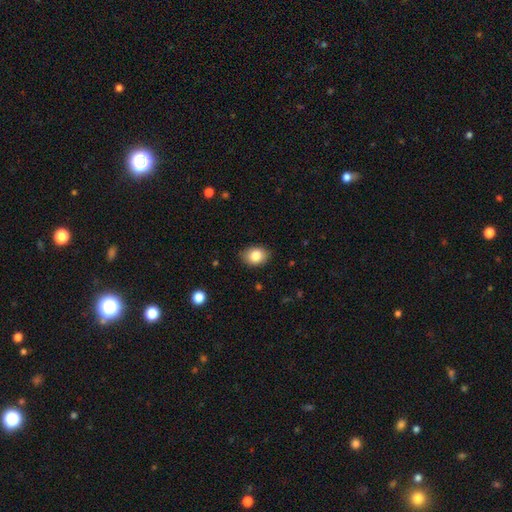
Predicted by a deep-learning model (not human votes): Smooth or featured?
  - smooth: 84% *
  - star or artifact: 8%
  - featured or disk: 8%
How rounded?
  - in between: 67% *
  - round: 32%
  - cigar-shaped: 1%
Merging?
  - none: 85% *
  - minor disturbance: 11%
  - major disturbance: 2%
  - merger: 1%